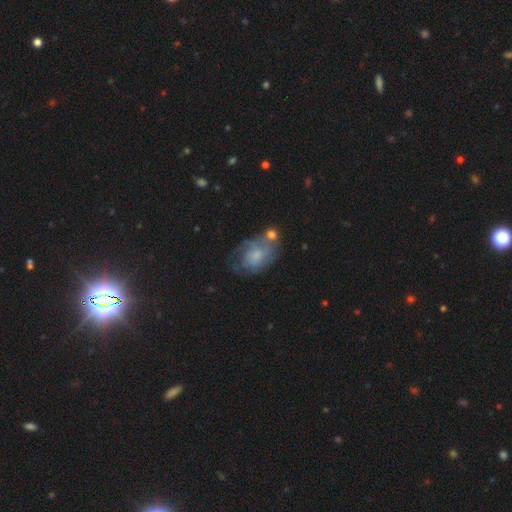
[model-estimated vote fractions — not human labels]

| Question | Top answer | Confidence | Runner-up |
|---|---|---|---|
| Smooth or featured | featured or disk | 58% | smooth (35%) |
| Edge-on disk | no | 97% | yes (3%) |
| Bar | no | 71% | weak (26%) |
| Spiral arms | yes | 72% | no (28%) |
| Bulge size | small | 48% | moderate (29%) |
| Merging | none | 37% | minor disturbance (25%) |